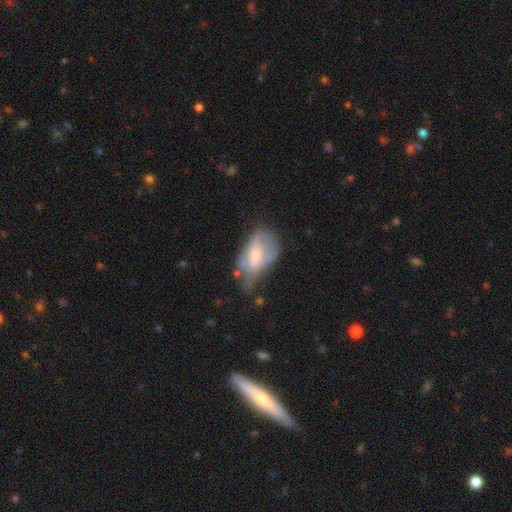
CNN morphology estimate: type=smooth (49%); merging=minor disturbance (37%).